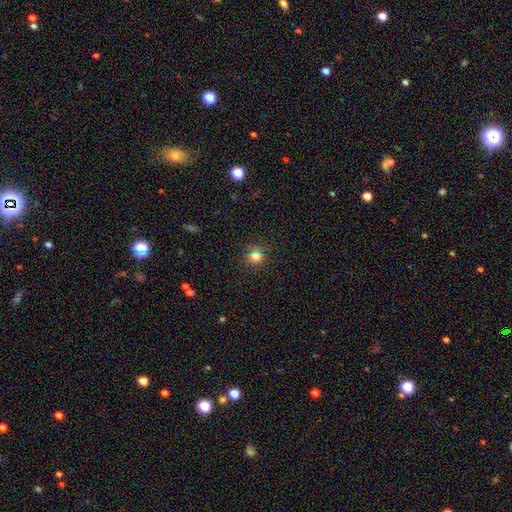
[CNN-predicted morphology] Overall: smooth (71%). How rounded: round (88%). Merging: none (87%).